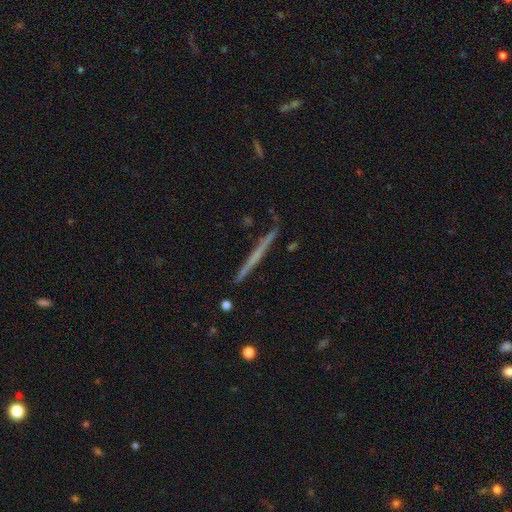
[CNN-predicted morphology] This is possibly a featured or disk galaxy (59%). It is clearly viewed edge-on (97%). Edge-on bulge: clearly none (84%). Merging: clearly none (88%).